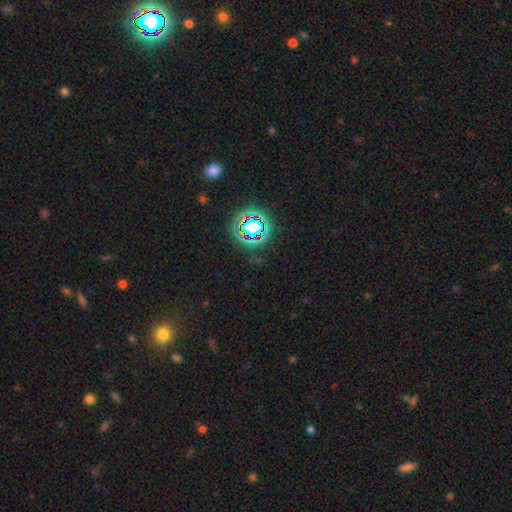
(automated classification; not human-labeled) Overall: star or artifact (75%).